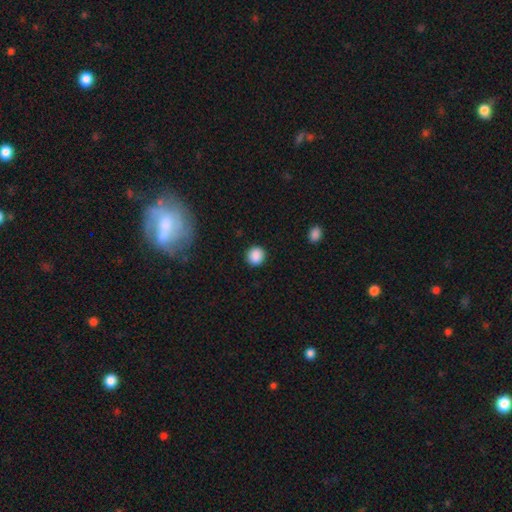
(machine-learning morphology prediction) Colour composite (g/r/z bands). It shows a smooth galaxy with no disk features (88%) that is round (91%). Merging: none (91%).